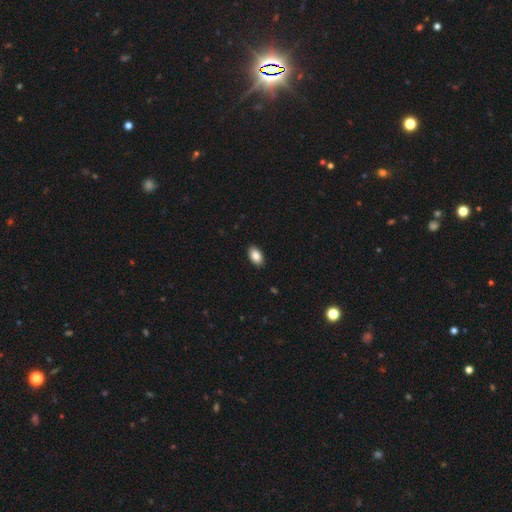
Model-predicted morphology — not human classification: Smooth or featured: smooth — 86% (star or artifact — 7%)
How rounded: in between — 93% (round — 6%)
Merging: none — 90% (minor disturbance — 7%)